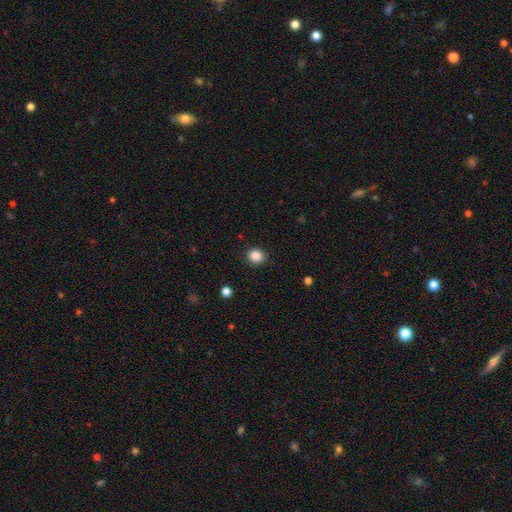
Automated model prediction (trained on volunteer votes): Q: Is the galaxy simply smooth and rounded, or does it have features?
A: smooth — 86%.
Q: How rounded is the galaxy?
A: round — 77%.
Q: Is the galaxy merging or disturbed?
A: none — 90%.